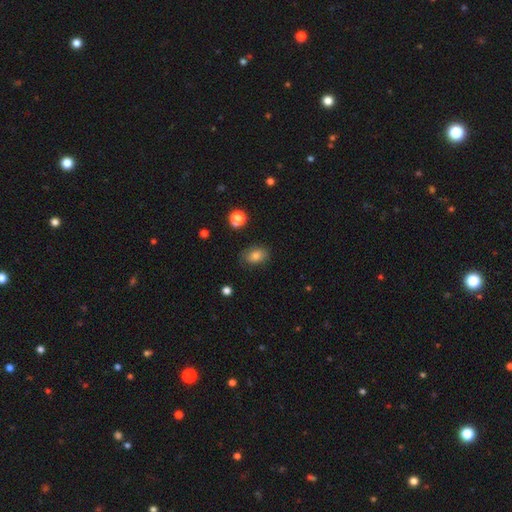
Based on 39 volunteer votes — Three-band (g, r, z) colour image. It shows a smooth galaxy with no disk features (82%) that is in between round and cigar-shaped (88%). Merging: none (81%).